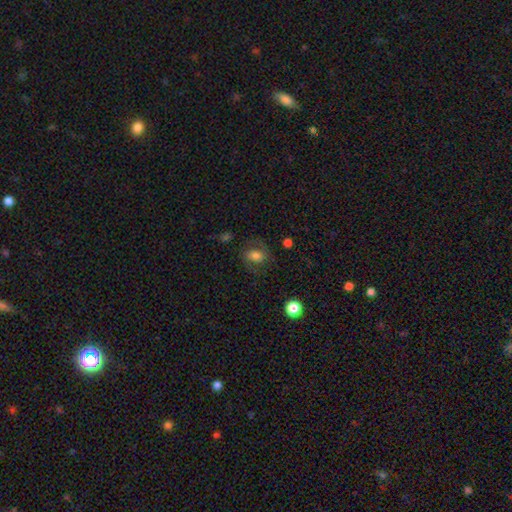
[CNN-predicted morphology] smooth-or-featured: smooth: 49% | featured or disk: 40% | star or artifact: 11%
  merging: none: 70% | minor disturbance: 17% | major disturbance: 12% | merger: 2%